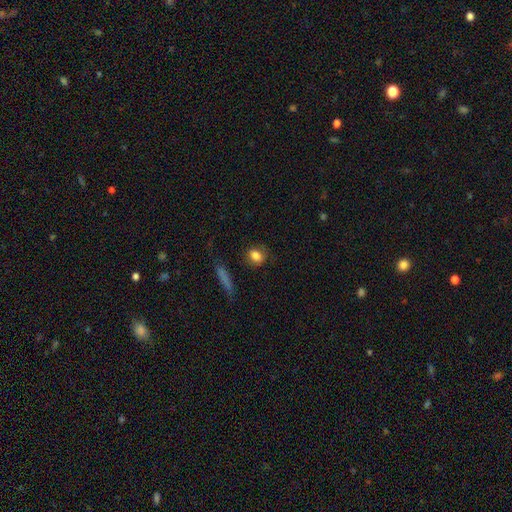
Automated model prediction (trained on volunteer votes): This appears to be a smooth galaxy with no disk features (83%) that is round (58%). Merging: none (78%).